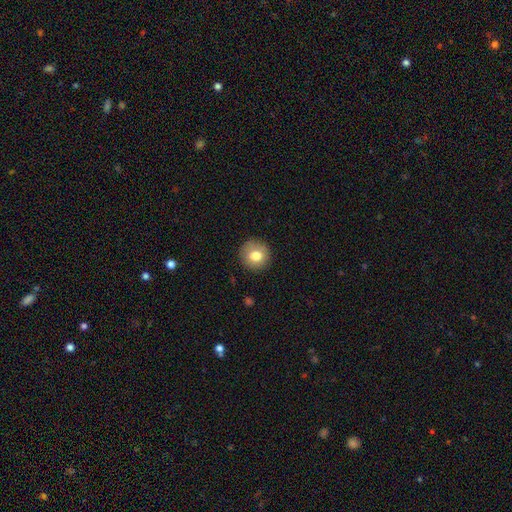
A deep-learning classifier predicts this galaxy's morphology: smooth 78%, featured or disk 13%, star or artifact 9%. Down the decision tree: how rounded — round (92%); merging — none (88%).